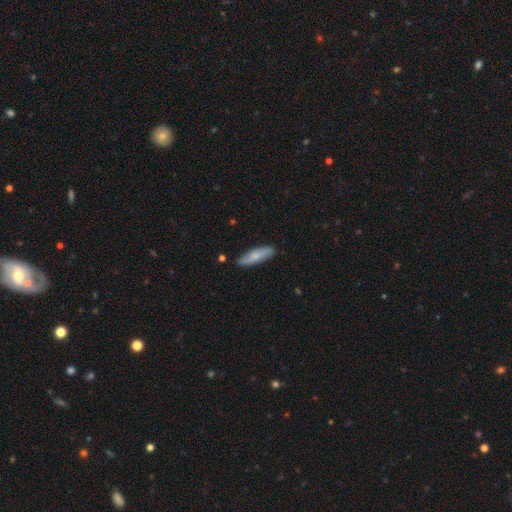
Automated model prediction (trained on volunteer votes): This is likely a smooth galaxy (71%). How rounded: likely cigar-shaped (60%). Merging: clearly none (85%).